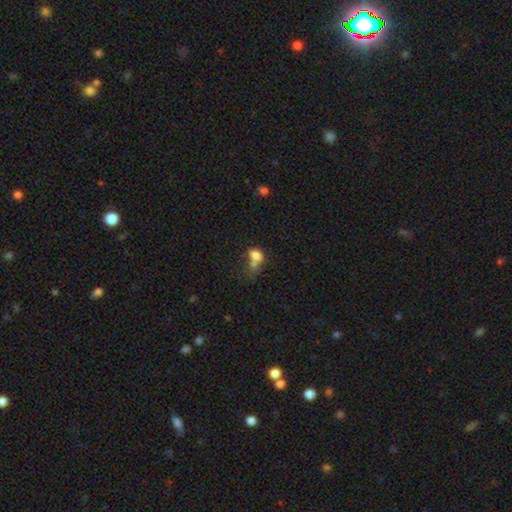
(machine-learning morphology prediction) Smooth or featured?
  - smooth: 73% *
  - featured or disk: 15%
  - star or artifact: 12%
How rounded?
  - in between: 66% *
  - round: 32%
  - cigar-shaped: 2%
Merging?
  - merger: 52% *
  - none: 24%
  - minor disturbance: 12%
  - major disturbance: 12%